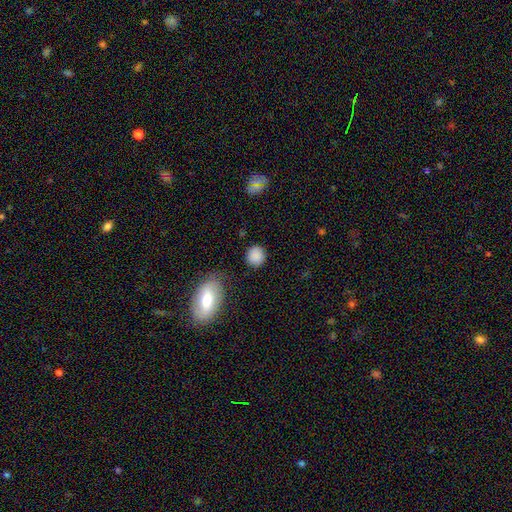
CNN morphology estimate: The model was most divided on "how rounded": round: 85%, in between: 13%, cigar-shaped: 1%. More confident: smooth or featured — smooth (87%); merging — none (83%).